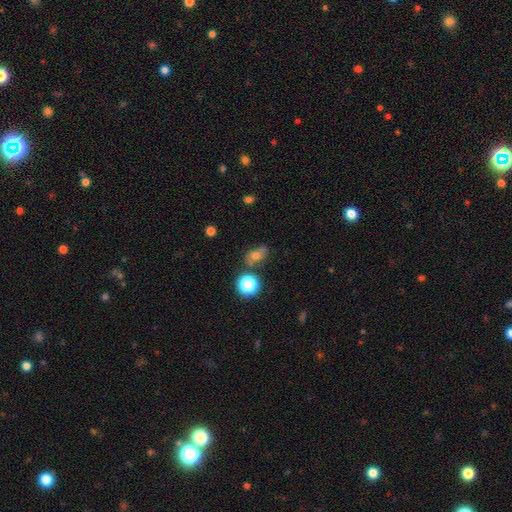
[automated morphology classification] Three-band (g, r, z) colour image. It shows a smooth galaxy with no disk features (60%) that is in between round and cigar-shaped (64%). Merging: none (64%).